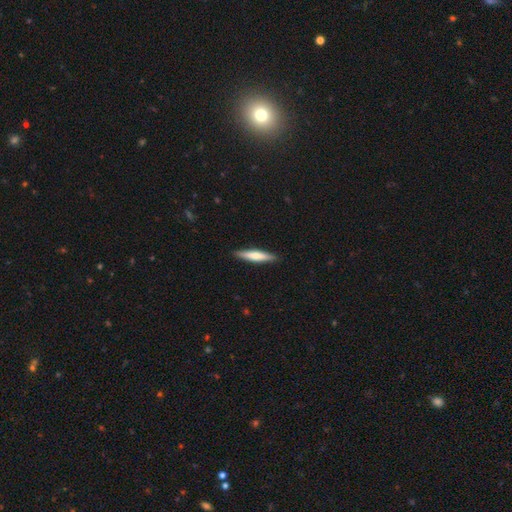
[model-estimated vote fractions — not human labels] This appears to be a smooth galaxy with no disk features (57%) that is cigar-shaped (88%). Merging: none (90%).